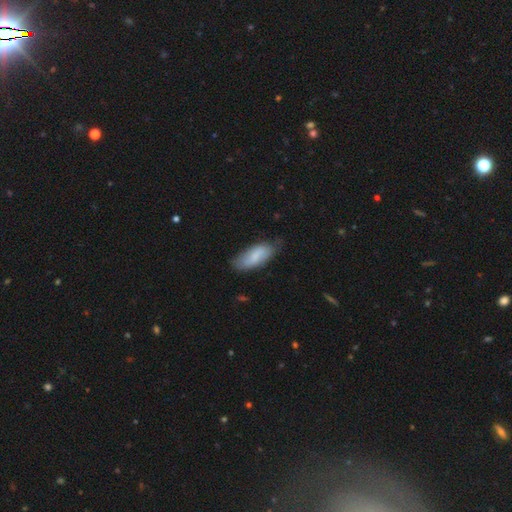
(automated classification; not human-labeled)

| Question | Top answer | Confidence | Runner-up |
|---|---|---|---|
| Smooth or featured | smooth | 77% | featured or disk (17%) |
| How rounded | in between | 80% | cigar-shaped (18%) |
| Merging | none | 68% | minor disturbance (25%) |